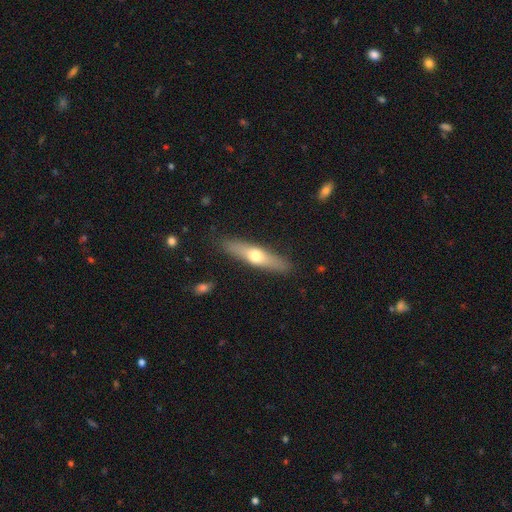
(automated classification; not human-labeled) A smooth galaxy with no disk features (50%).

Vote fractions:
- Smooth or featured? smooth: 50% / featured or disk: 45% / star or artifact: 6%
- Merging? none: 88% / minor disturbance: 9% / major disturbance: 2% / merger: 1%